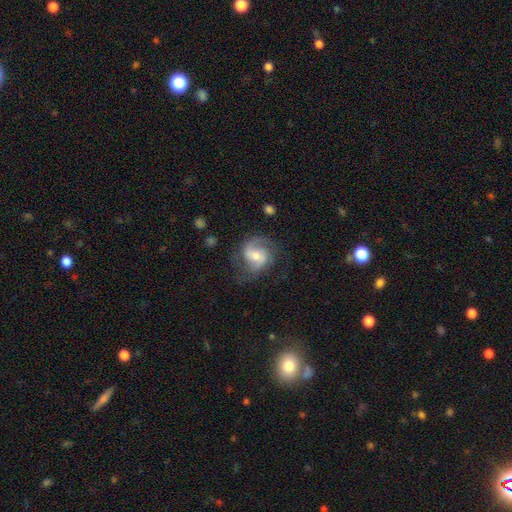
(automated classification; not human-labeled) featured or disk 77%, smooth 17%, star or artifact 6%. Down the decision tree: edge-on disk — no (98%); bar — weak (48%); spiral arms — yes (94%); spiral arm count — 2 (75%); spiral winding — medium (51%); bulge size — moderate (52%); merging — none (65%).